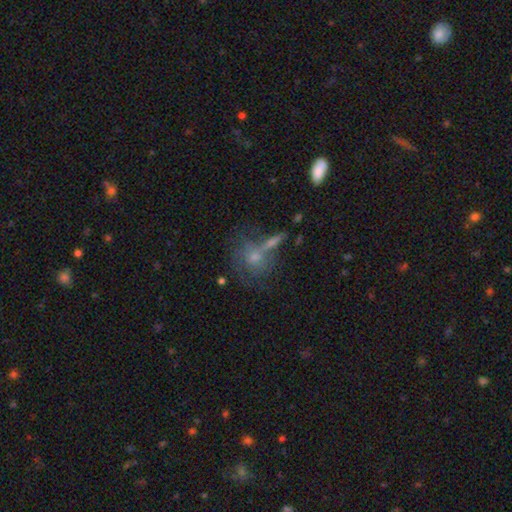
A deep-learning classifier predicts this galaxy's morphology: Smooth or featured? smooth (46%)
Merging? none (49%)